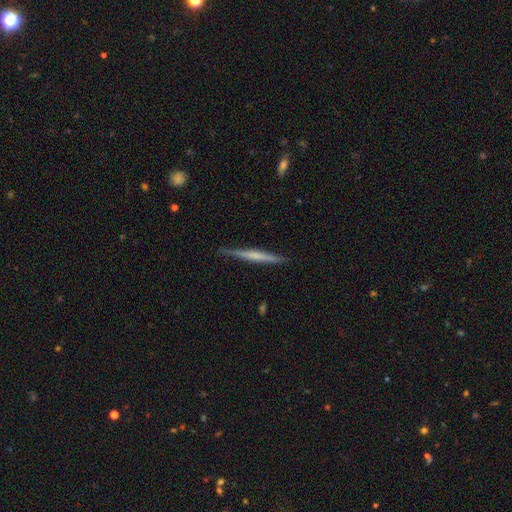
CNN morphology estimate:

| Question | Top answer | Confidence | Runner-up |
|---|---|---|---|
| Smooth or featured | featured or disk | 54% | smooth (40%) |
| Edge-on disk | yes | 97% | no (3%) |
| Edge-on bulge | none | 57% | rounded (26%) |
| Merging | none | 86% | minor disturbance (11%) |